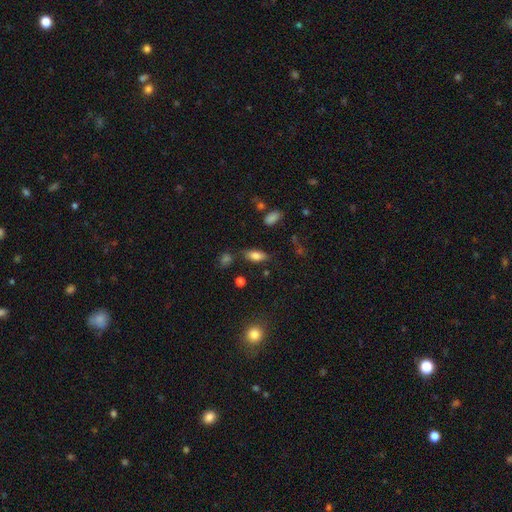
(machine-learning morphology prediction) Smooth or featured? smooth (79%)
How rounded? in between (84%)
Merging? none (77%)